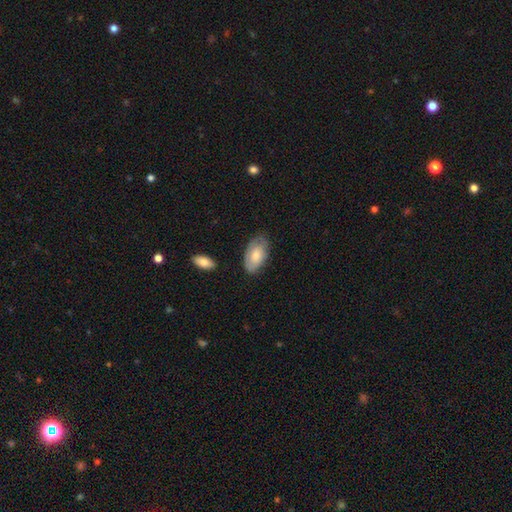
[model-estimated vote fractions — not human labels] smooth_or_featured: smooth (p=0.72) [alt: featured or disk p=0.23]
how_rounded: in between (p=0.95) [alt: round p=0.03]
merging: none (p=0.71) [alt: minor disturbance p=0.22]